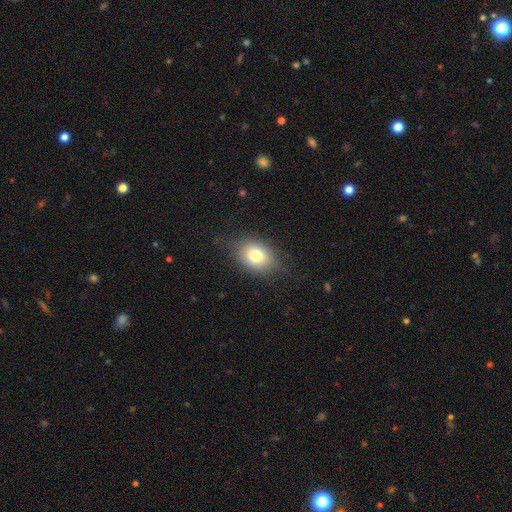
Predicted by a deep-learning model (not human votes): This is likely a smooth galaxy (75%). How rounded: likely in between (62%). Merging: likely none (78%).